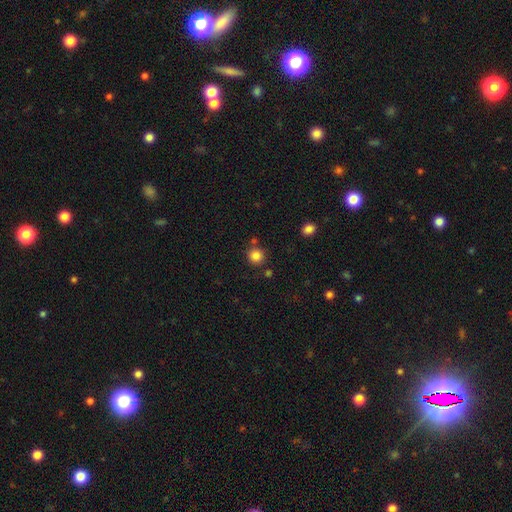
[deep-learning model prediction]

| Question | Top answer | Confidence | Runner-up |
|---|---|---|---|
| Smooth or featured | smooth | 85% | star or artifact (11%) |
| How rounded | round | 91% | in between (8%) |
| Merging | none | 81% | minor disturbance (9%) |